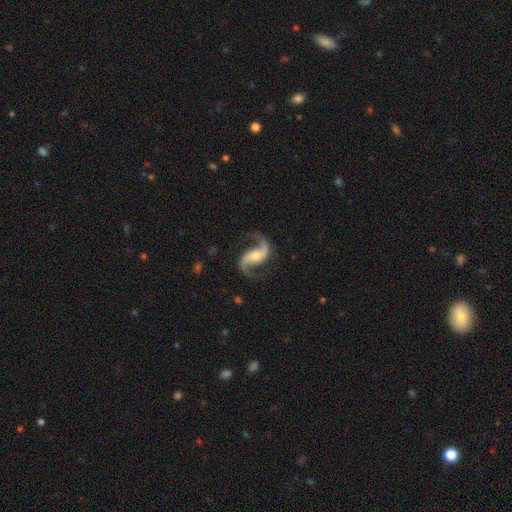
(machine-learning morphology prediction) smooth-or-featured: featured or disk: 93% | star or artifact: 4% | smooth: 3%
  disk-edge-on: no: 98% | yes: 2%
    bar: no: 40% | weak: 36% | strong: 24%
    has-spiral-arms: yes: 98% | no: 2%
      spiral-winding: loose: 66% | medium: 29% | tight: 5%
      spiral-arm-count: 2: 95% | 1: 1% | can't tell: 1% | 3: 1% | 4: 1% | more than 4: 1%
    bulge-size: moderate: 55% | small: 35% | large: 6% | none: 3% | dominant: 1%
  merging: none: 82% | minor disturbance: 11% | major disturbance: 5% | merger: 1%